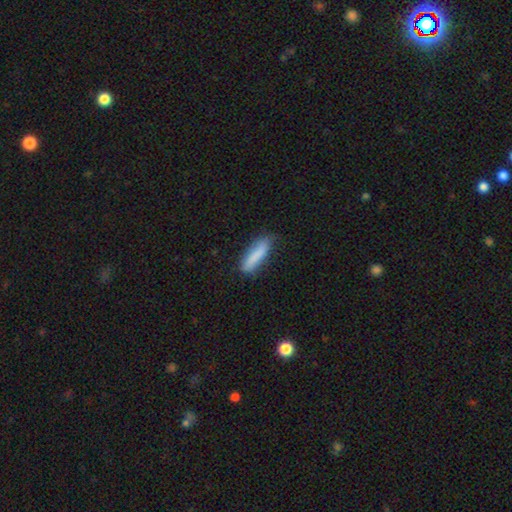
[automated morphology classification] smooth-or-featured: smooth: 84% | featured or disk: 10% | star or artifact: 6%
  how-rounded: cigar-shaped: 69% | in between: 29% | round: 2%
  merging: none: 70% | minor disturbance: 23% | major disturbance: 5% | merger: 2%